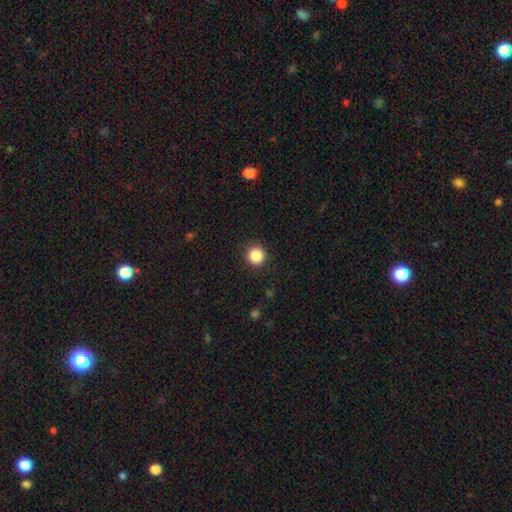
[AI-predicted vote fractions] Overall: smooth (87%). How rounded: round (95%). Merging: none (91%).